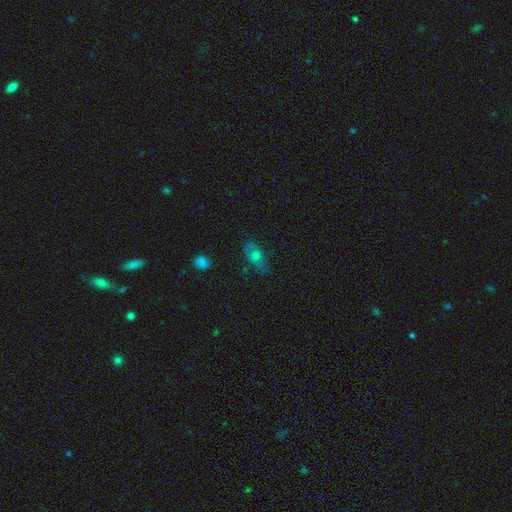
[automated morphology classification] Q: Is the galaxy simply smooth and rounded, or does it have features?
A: smooth — 62%.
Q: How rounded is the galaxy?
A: in between — 83%.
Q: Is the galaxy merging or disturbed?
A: none — 71%.